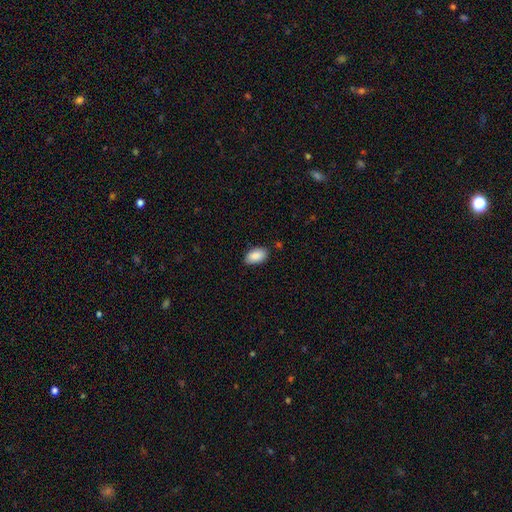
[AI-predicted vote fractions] A smooth galaxy with no disk features (89%) that is in between round and cigar-shaped (94%).

Vote fractions:
- Smooth or featured? smooth: 89% / star or artifact: 6% / featured or disk: 4%
- How rounded? in between: 94% / round: 4% / cigar-shaped: 2%
- Merging? none: 81% / minor disturbance: 14% / major disturbance: 3% / merger: 2%